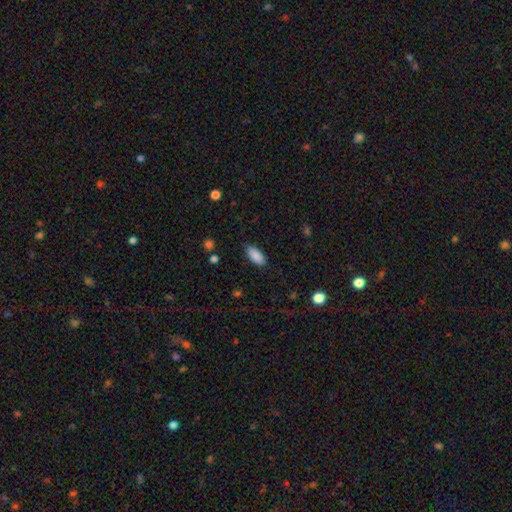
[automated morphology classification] A smooth galaxy with no disk features (89%) that is in between round and cigar-shaped (88%).

Vote fractions:
- Smooth or featured? smooth: 89% / star or artifact: 7% / featured or disk: 5%
- How rounded? in between: 88% / cigar-shaped: 10% / round: 2%
- Merging? none: 84% / minor disturbance: 12% / major disturbance: 2% / merger: 1%